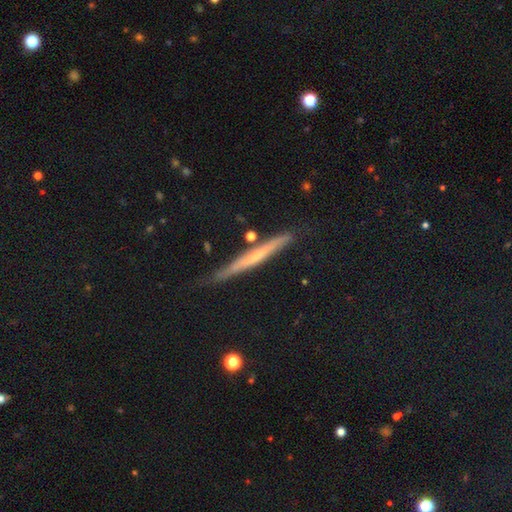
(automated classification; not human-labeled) Smooth or featured?
  - featured or disk: 53% *
  - smooth: 40%
  - star or artifact: 7%
Edge-on disk?
  - yes: 94% *
  - no: 6%
Merging?
  - none: 72% *
  - minor disturbance: 21%
  - major disturbance: 4%
  - merger: 3%